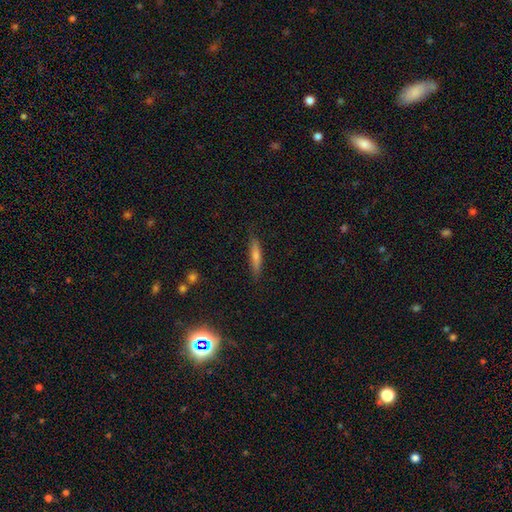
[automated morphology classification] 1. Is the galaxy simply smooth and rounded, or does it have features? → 50% smooth, 39% featured or disk, 11% star or artifact.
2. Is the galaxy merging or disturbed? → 86% none, 10% minor disturbance, 2% major disturbance, 1% merger.